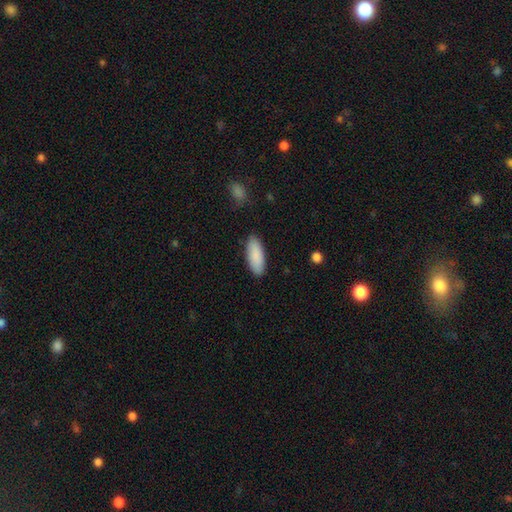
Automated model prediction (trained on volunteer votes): Q: Smooth or featured?
A: smooth (89%); runner-up: star or artifact (6%)
Q: How rounded?
A: in between (75%); runner-up: cigar-shaped (23%)
Q: Merging?
A: none (87%); runner-up: minor disturbance (9%)